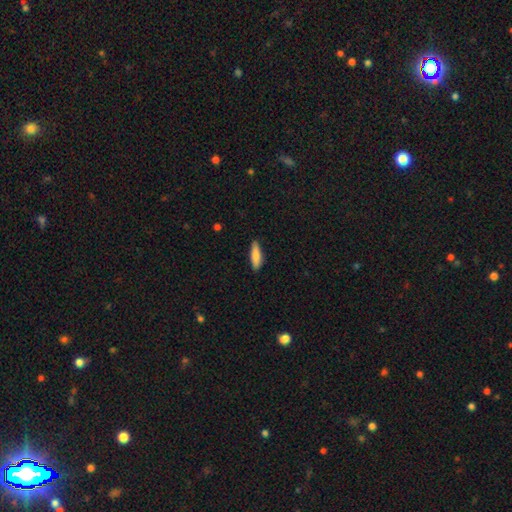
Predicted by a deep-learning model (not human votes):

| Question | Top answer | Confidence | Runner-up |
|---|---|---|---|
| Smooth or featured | smooth | 83% | featured or disk (12%) |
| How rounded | cigar-shaped | 59% | in between (39%) |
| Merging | none | 86% | minor disturbance (11%) |